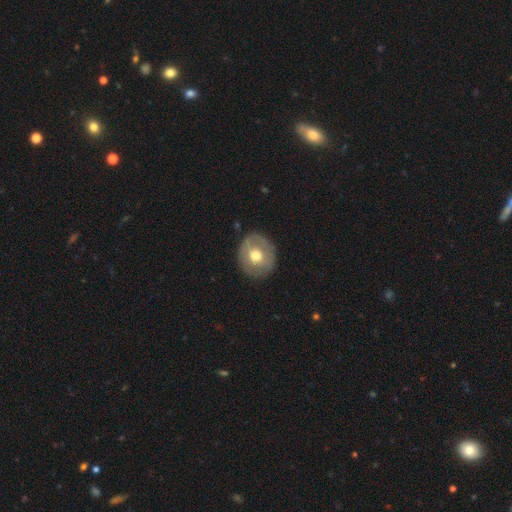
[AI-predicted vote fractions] Smooth or featured? smooth (58%)
How rounded? round (82%)
Merging? none (84%)